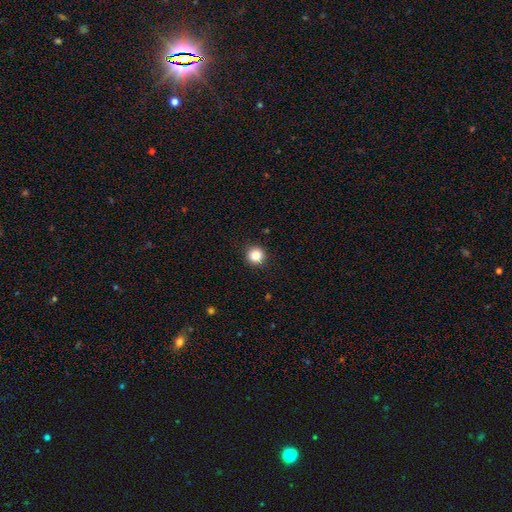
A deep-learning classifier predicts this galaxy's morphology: type=smooth (86%); roundness=round (95%); merging=none (92%).